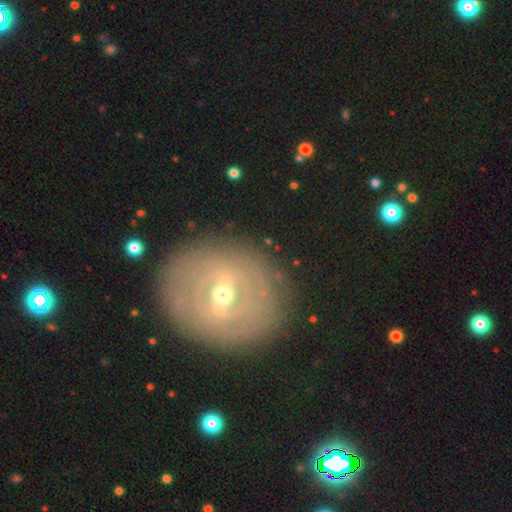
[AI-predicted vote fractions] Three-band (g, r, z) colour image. It shows a featured or disk galaxy (78%) with a strong bar (44%, tied with weak), spiral arms (70%) and a moderate central bulge (51%). Merging: none (84%).